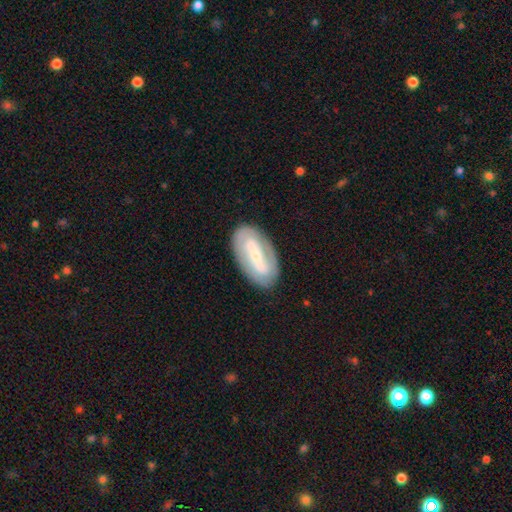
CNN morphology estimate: featured or disk 68%, smooth 26%, star or artifact 6%. Down the decision tree: edge-on disk — no (92%); bar — strong (55%); spiral arms — yes (65%); bulge size — small (59%); merging — none (83%).